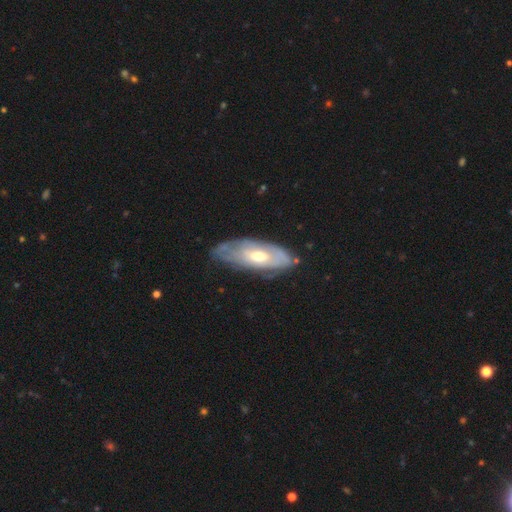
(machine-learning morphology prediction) A featured or disk galaxy (69%) with no bar (69%), spiral arms (66%) and a moderate central bulge (69%).

Vote fractions:
- Smooth or featured? featured or disk: 69% / smooth: 25% / star or artifact: 6%
- Edge-on disk? no: 83% / yes: 17%
- Bar? no: 69% / weak: 25% / strong: 6%
- Spiral arms? yes: 66% / no: 34%
- Bulge size? moderate: 69% / small: 21% / large: 8% / none: 1% / dominant: 1%
- Merging? none: 71% / minor disturbance: 22% / major disturbance: 6% / merger: 1%